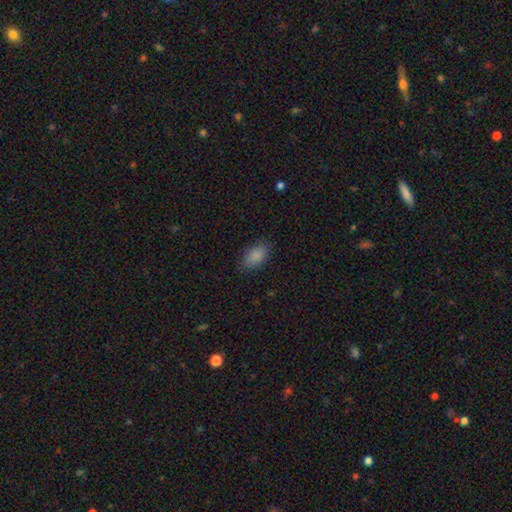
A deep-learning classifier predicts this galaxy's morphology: Overall: smooth (88%). How rounded: in between (92%). Merging: none (84%).